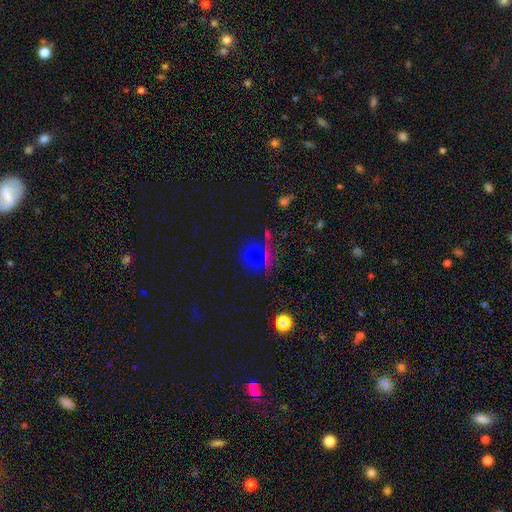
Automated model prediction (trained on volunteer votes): A smooth galaxy with no disk features (60%) that is round (86%). Merging: none (73%).